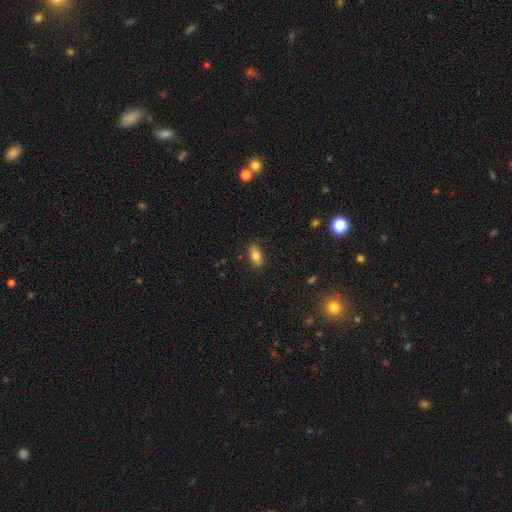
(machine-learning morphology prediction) A smooth galaxy with no disk features (76%) that is in between round and cigar-shaped (84%). Merging: none (87%).